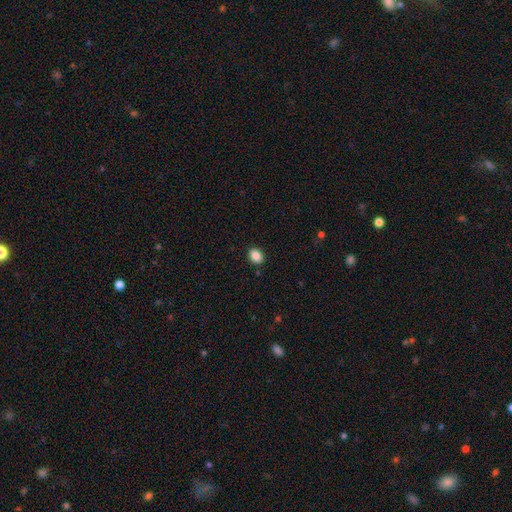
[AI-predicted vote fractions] Q: Smooth or featured?
A: smooth (87%); runner-up: star or artifact (9%)
Q: How rounded?
A: in between (53%); runner-up: round (46%)
Q: Merging?
A: none (90%); runner-up: minor disturbance (7%)